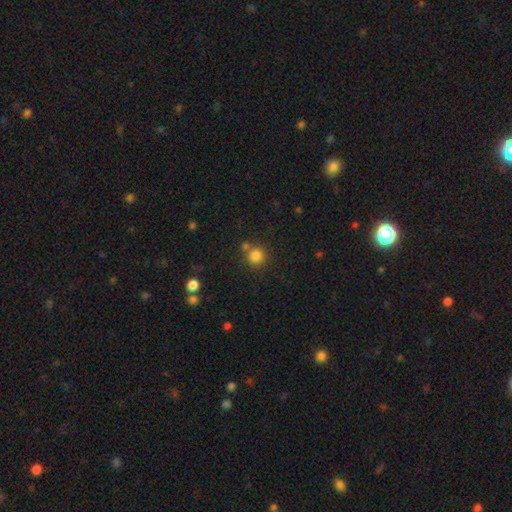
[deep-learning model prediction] Morphology: type=smooth (82%); roundness=round (92%); merging=none (70%).